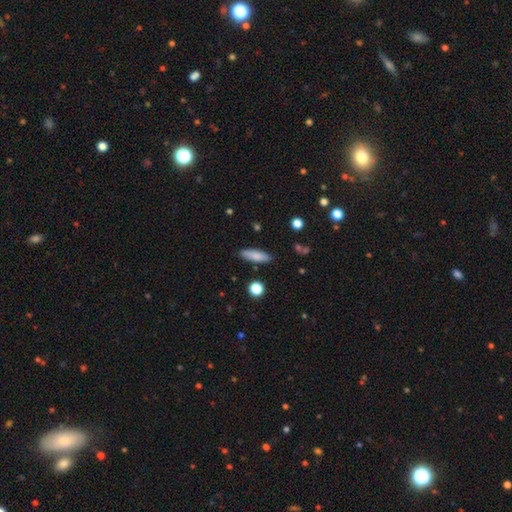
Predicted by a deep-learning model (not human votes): This appears to be a smooth galaxy with no disk features (82%) that is cigar-shaped (56%). Merging: none (87%).